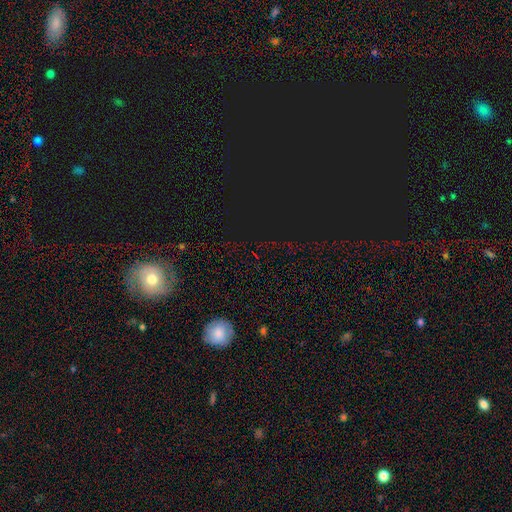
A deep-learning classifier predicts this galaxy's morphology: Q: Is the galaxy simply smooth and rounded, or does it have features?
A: star or artifact — 79%.